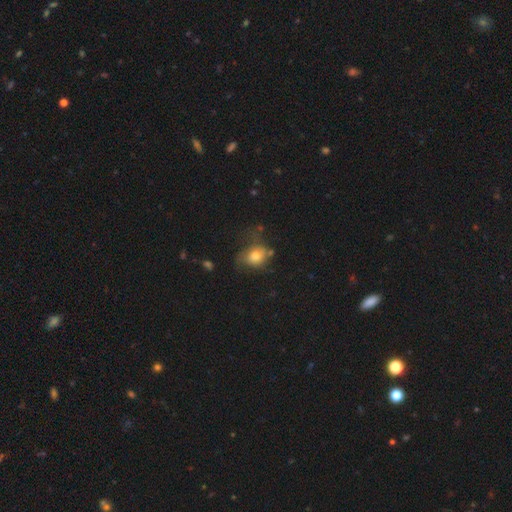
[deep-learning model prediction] Smooth or featured?
  - smooth: 71% *
  - featured or disk: 18%
  - star or artifact: 10%
How rounded?
  - in between: 51% *
  - round: 48%
  - cigar-shaped: 1%
Merging?
  - none: 41% *
  - minor disturbance: 31%
  - major disturbance: 23%
  - merger: 6%